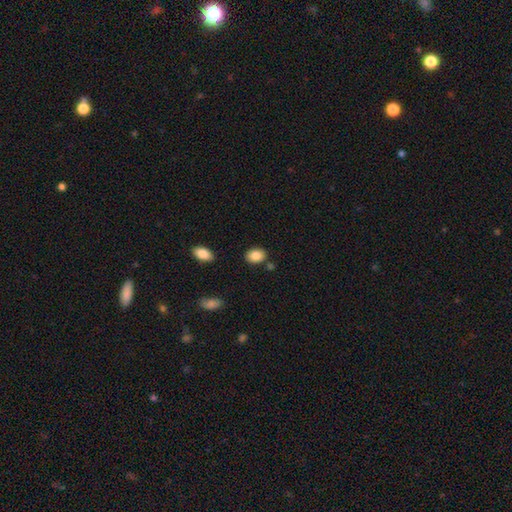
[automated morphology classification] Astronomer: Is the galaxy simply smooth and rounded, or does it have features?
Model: smooth — 86%.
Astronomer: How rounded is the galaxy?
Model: in between — 70%.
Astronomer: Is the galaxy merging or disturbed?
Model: none — 82%.